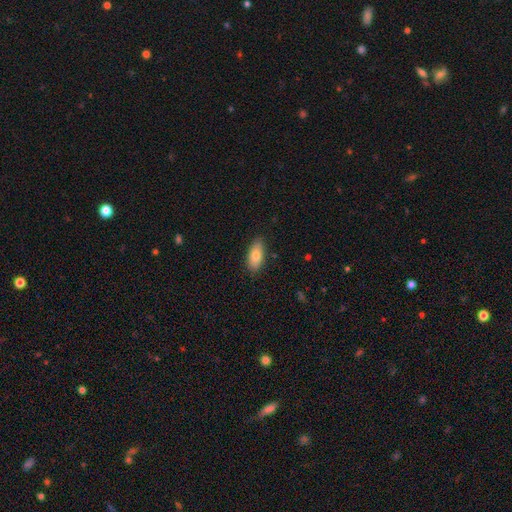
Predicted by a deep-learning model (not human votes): Q: Smooth or featured?
A: smooth (82%); runner-up: featured or disk (12%)
Q: How rounded?
A: in between (87%); runner-up: cigar-shaped (10%)
Q: Merging?
A: none (84%); runner-up: minor disturbance (13%)